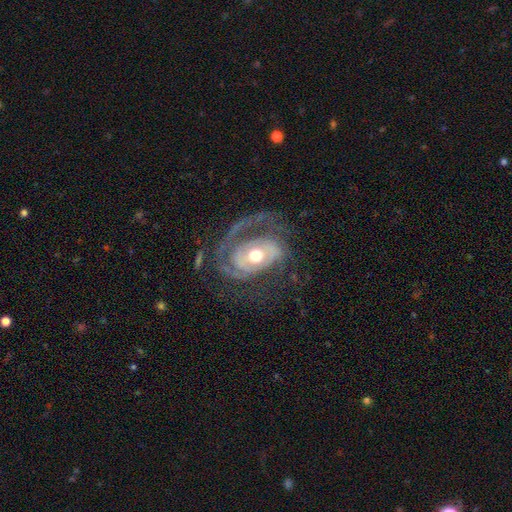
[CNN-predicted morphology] type=featured or disk (85%); edge-on=no (96%); bar=no (70%); spiral arms=yes (90%); winding=tight (39%); arm count=2 (43%); bulge=moderate (73%); merging=none (49%).